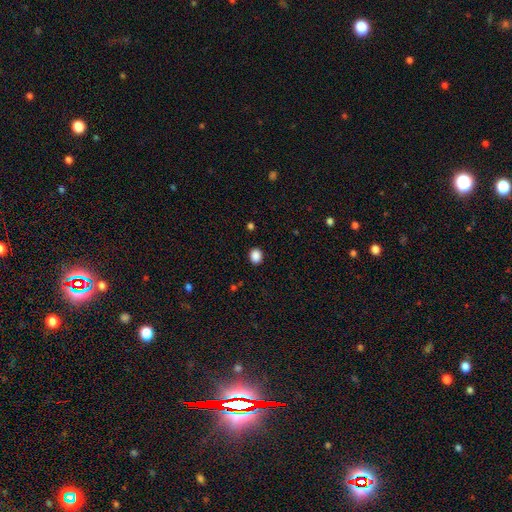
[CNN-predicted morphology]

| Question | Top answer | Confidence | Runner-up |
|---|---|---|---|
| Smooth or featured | smooth | 88% | star or artifact (10%) |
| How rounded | round | 58% | in between (41%) |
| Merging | none | 90% | minor disturbance (7%) |